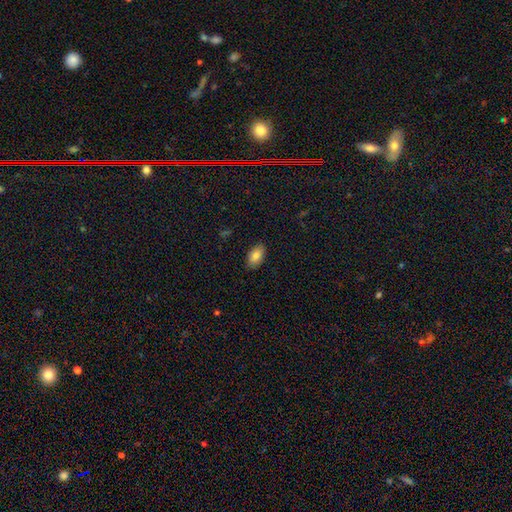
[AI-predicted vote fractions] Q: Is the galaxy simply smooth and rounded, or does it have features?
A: smooth — 83%.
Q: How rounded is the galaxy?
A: in between — 93%.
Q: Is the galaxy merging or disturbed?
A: none — 87%.